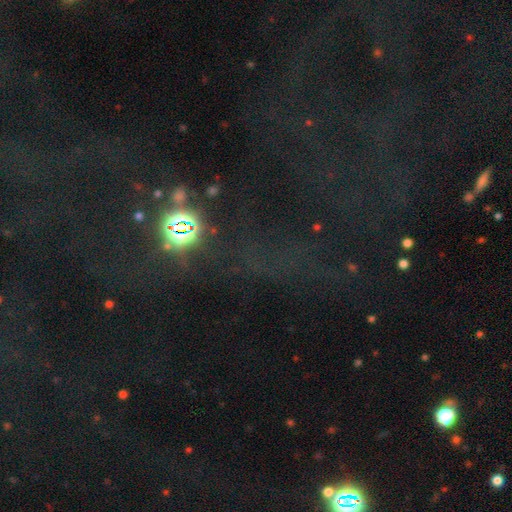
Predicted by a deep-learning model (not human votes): A star or artifact, not a galaxy (73%).